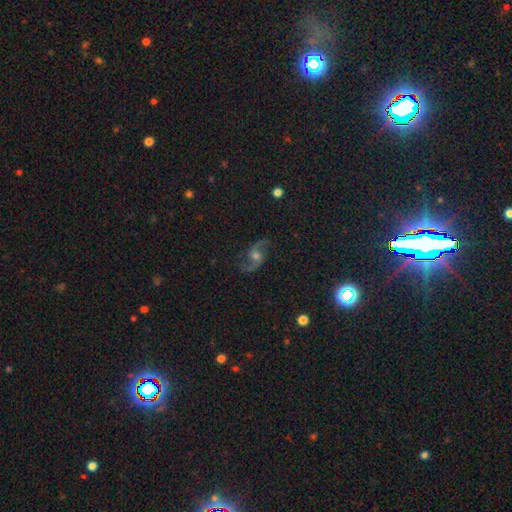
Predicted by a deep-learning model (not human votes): Smooth or featured? Predicted: featured or disk (p=0.86). Edge-on disk? Predicted: no (p=0.97). Bar? Predicted: no (p=0.59). Spiral arms? Predicted: yes (p=0.97). Spiral winding? Predicted: loose (p=0.65). Spiral arm count? Predicted: 2 (p=0.94). Bulge size? Predicted: moderate (p=0.59). Merging? Predicted: none (p=0.81).